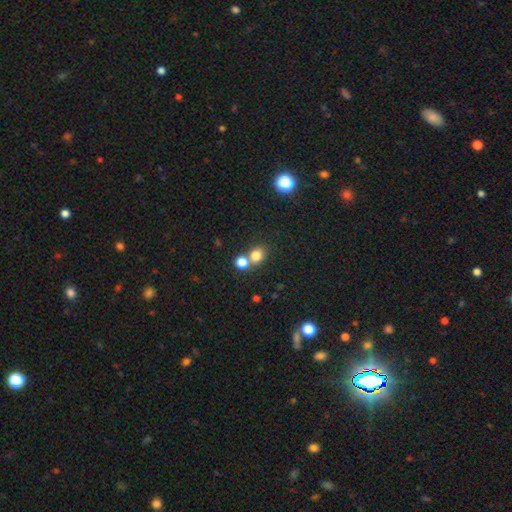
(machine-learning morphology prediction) Smooth or featured?
  - smooth: 78% *
  - star or artifact: 15%
  - featured or disk: 7%
How rounded?
  - round: 69% *
  - in between: 30%
  - cigar-shaped: 1%
Merging?
  - none: 52% *
  - merger: 37%
  - minor disturbance: 8%
  - major disturbance: 3%